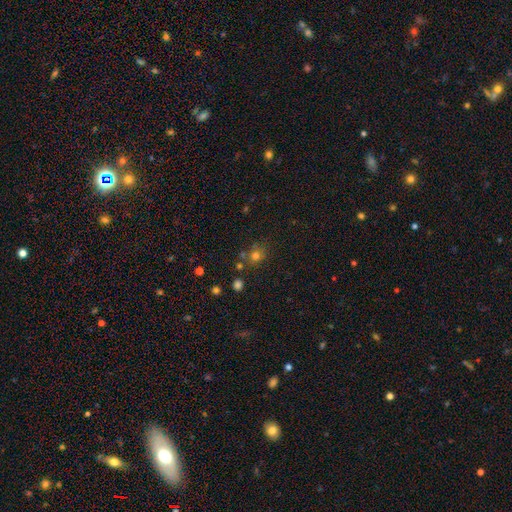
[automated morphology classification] smooth-or-featured: smooth: 68% | star or artifact: 21% | featured or disk: 10%
  how-rounded: round: 77% | in between: 22% | cigar-shaped: 1%
  merging: none: 66% | merger: 16% | minor disturbance: 13% | major disturbance: 5%